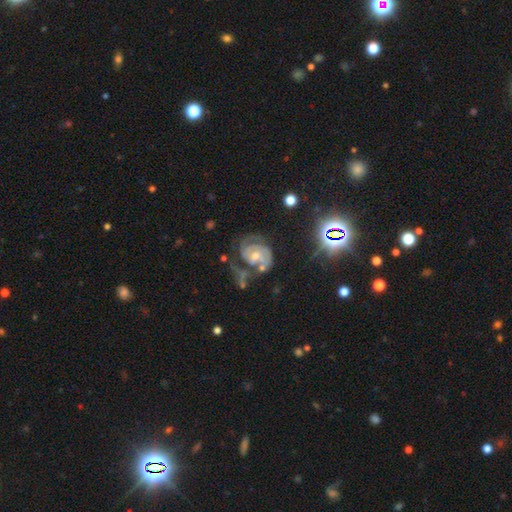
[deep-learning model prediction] A featured or disk galaxy (75%) with no bar (61%), 2 (44%) tight (53%) spiral arms (87%) and a moderate central bulge (53%).

Vote fractions:
- Smooth or featured? featured or disk: 75% / star or artifact: 13% / smooth: 12%
- Edge-on disk? no: 97% / yes: 3%
- Bar? no: 61% / weak: 30% / strong: 9%
- Spiral arms? yes: 87% / no: 13%
- Spiral winding? tight: 53% / medium: 35% / loose: 12%
- Spiral arm count? 2: 44% / can't tell: 28% / 3: 12% / 1: 9% / 4: 4% / more than 4: 3%
- Bulge size? moderate: 53% / small: 40% / large: 3% / none: 3% / dominant: 1%
- Merging? none: 38% / major disturbance: 26% / minor disturbance: 21% / merger: 16%